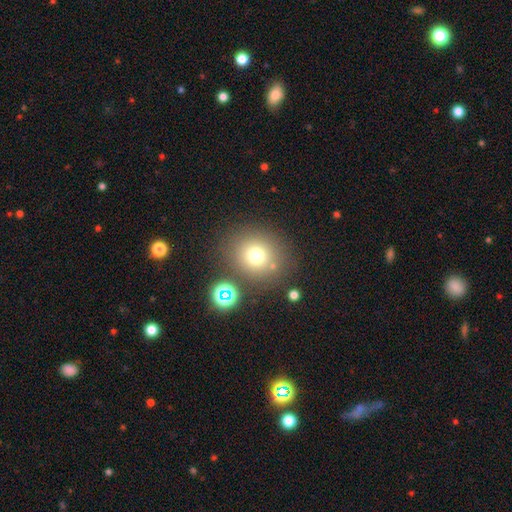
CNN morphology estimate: smooth_or_featured: smooth (p=0.73) [alt: star or artifact p=0.16]
how_rounded: round (p=0.86) [alt: in between p=0.13]
merging: none (p=0.78) [alt: minor disturbance p=0.10]